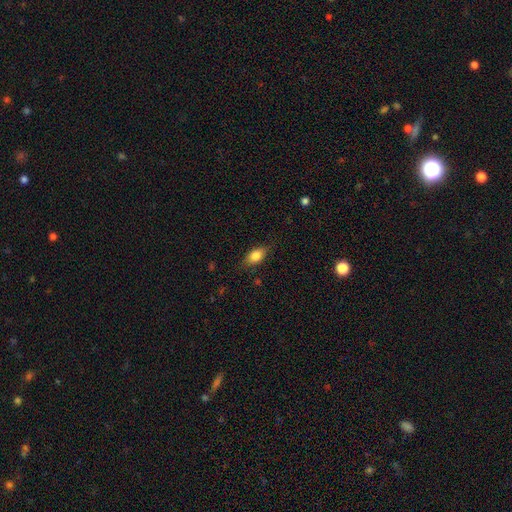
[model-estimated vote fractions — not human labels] smooth_or_featured: smooth (p=0.81) [alt: featured or disk p=0.11]
how_rounded: in between (p=0.84) [alt: round p=0.09]
merging: none (p=0.80) [alt: minor disturbance p=0.15]